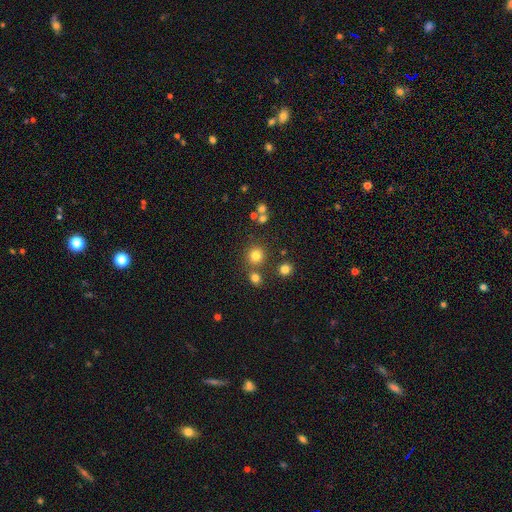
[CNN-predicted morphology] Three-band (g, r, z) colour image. It shows a smooth galaxy with no disk features (78%) that is round (90%). Merging: none (75%).